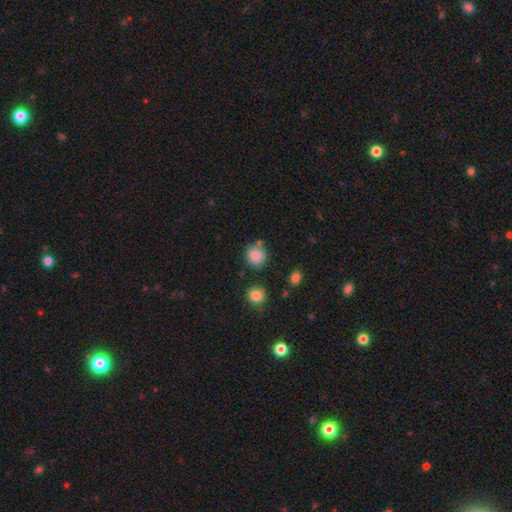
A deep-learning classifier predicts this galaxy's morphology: This is clearly a smooth galaxy (85%). How rounded: clearly round (88%). Merging: likely none (73%).